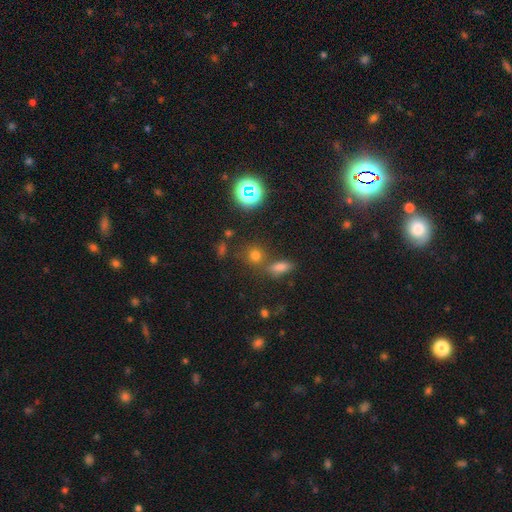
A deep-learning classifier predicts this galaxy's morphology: smooth_or_featured: smooth (p=0.59) [alt: star or artifact p=0.32]
how_rounded: round (p=0.75) [alt: in between p=0.22]
merging: none (p=0.65) [alt: merger p=0.22]